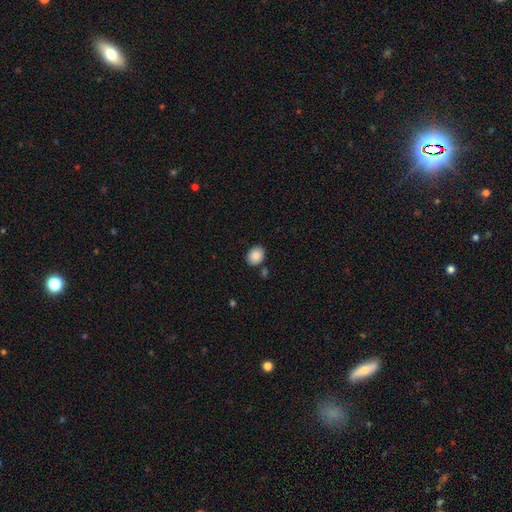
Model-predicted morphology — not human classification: This is clearly a smooth galaxy (89%). How rounded: possibly in between (54%). Merging: clearly none (82%).